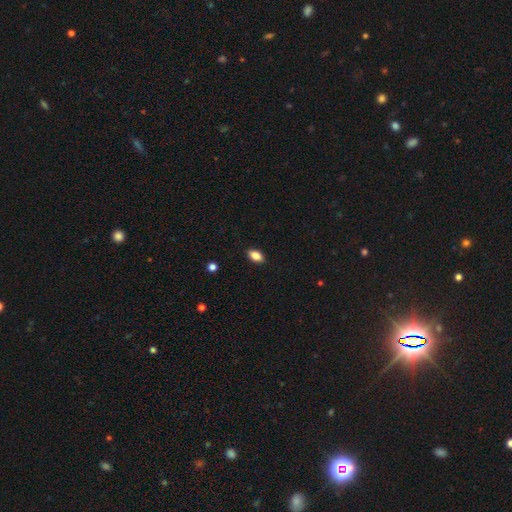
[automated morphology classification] This appears to be a smooth galaxy with no disk features (85%) that is in between round and cigar-shaped (89%). Merging: none (89%).